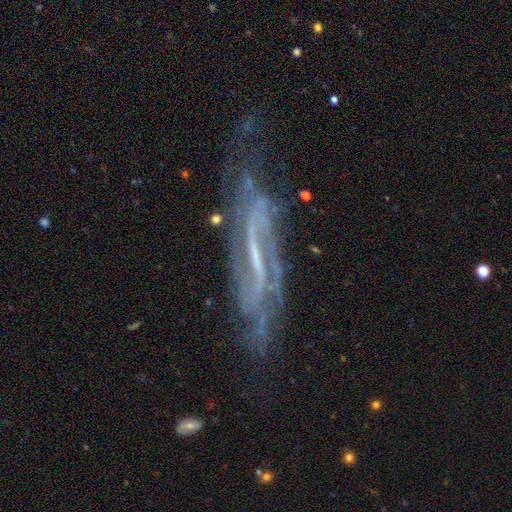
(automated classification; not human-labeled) featured or disk 83%, star or artifact 9%, smooth 8%. Down the decision tree: edge-on disk — no (70%); bar — strong (45%); spiral arms — yes (90%); spiral arm count — 2 (64%); spiral winding — medium (43%); bulge size — small (55%); merging — none (66%).